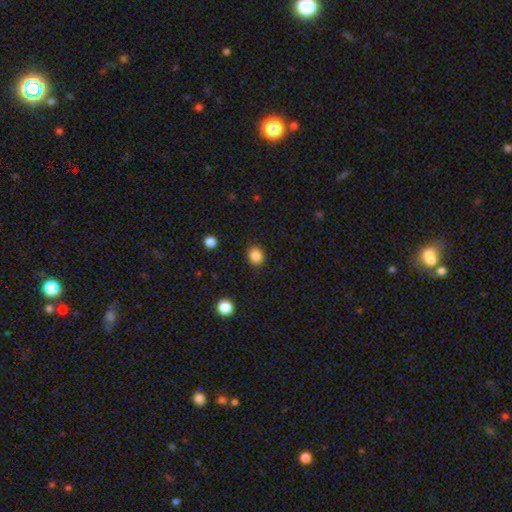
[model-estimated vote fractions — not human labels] smooth_or_featured: smooth (p=0.86) [alt: star or artifact p=0.10]
how_rounded: round (p=0.70) [alt: in between p=0.29]
merging: none (p=0.89) [alt: minor disturbance p=0.07]